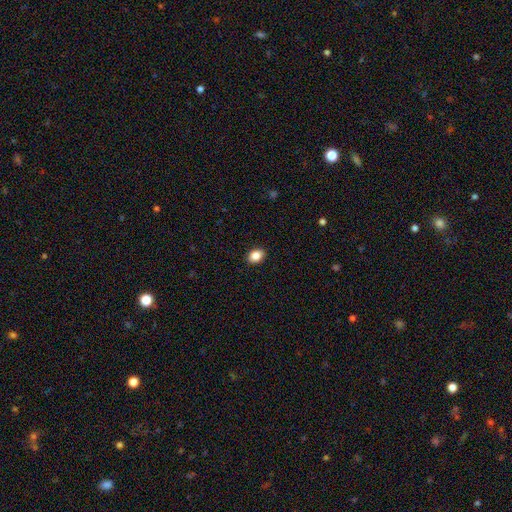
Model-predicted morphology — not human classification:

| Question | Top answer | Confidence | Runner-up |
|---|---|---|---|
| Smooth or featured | smooth | 86% | star or artifact (9%) |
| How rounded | in between | 74% | round (25%) |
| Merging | none | 91% | minor disturbance (7%) |